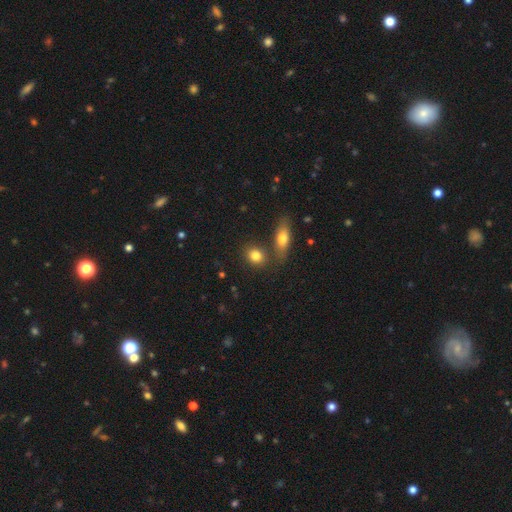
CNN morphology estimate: This appears to be a smooth galaxy with no disk features (82%) that is round (54%). Merging: none (69%).